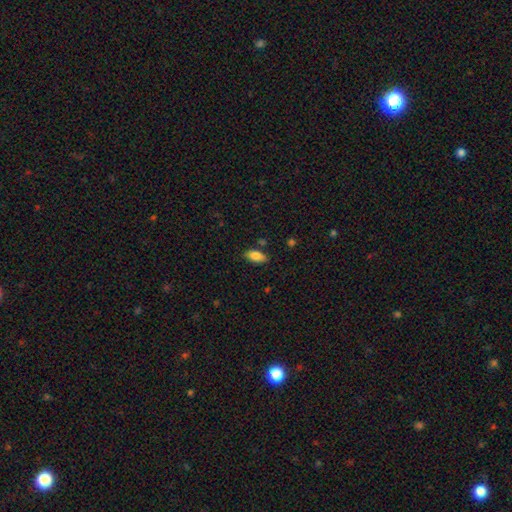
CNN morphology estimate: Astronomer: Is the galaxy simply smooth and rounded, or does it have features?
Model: smooth — 85%.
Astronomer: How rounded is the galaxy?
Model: in between — 91%.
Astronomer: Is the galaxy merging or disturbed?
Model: none — 82%.